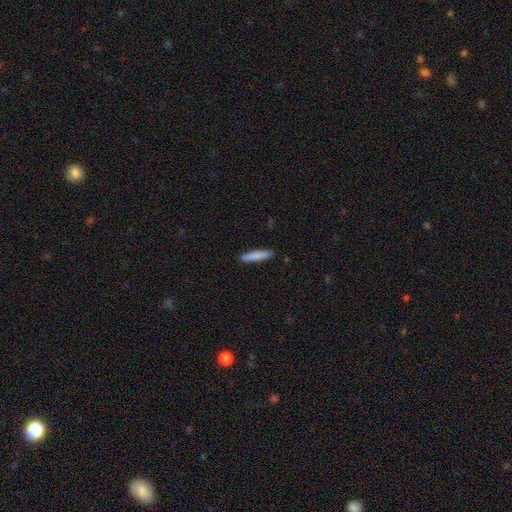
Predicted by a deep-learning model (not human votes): Smooth or featured? Predicted: smooth (p=0.84). How rounded? Predicted: cigar-shaped (p=0.91). Merging? Predicted: none (p=0.90).